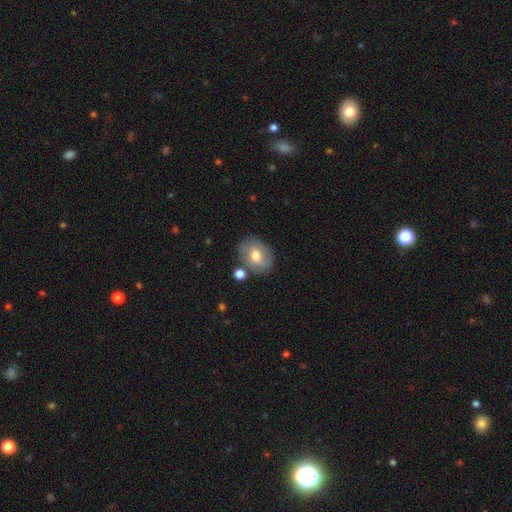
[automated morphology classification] A smooth galaxy with no disk features (65%) that is in between round and cigar-shaped (56%). Merging: none (72%).